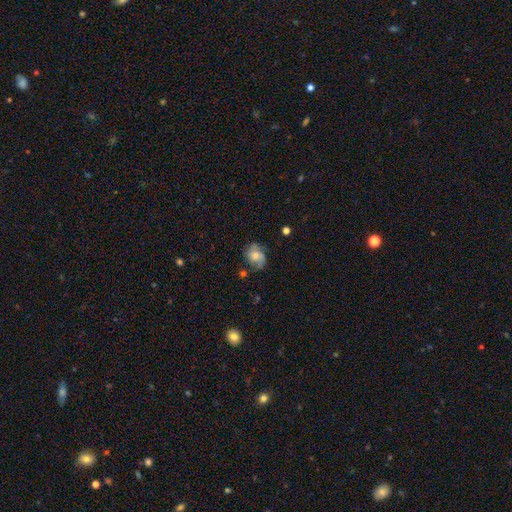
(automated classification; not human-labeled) This appears to be a smooth galaxy with no disk features (50%) that is round (53%). Merging: none (60%).